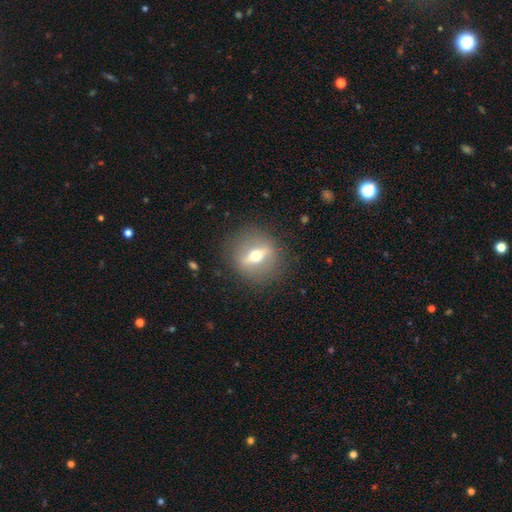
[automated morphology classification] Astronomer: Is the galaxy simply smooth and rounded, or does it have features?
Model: featured or disk — 67%.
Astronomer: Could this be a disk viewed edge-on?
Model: yes — 54% (runner-up: no, 46%).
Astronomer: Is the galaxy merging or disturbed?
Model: none — 86%.